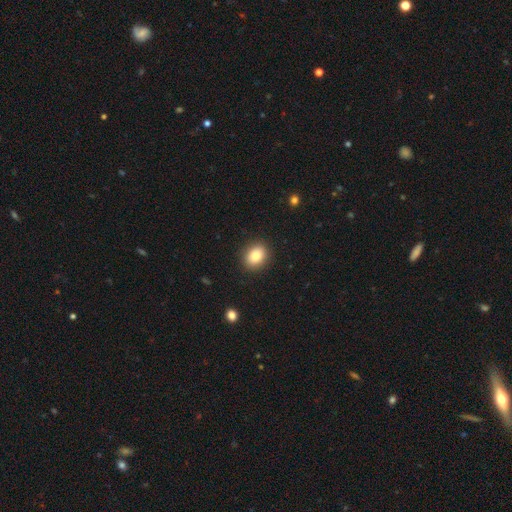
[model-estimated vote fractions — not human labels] Smooth or featured?
  - smooth: 84% *
  - star or artifact: 9%
  - featured or disk: 7%
How rounded?
  - in between: 54% *
  - round: 45%
  - cigar-shaped: 1%
Merging?
  - none: 89% *
  - minor disturbance: 7%
  - major disturbance: 2%
  - merger: 1%